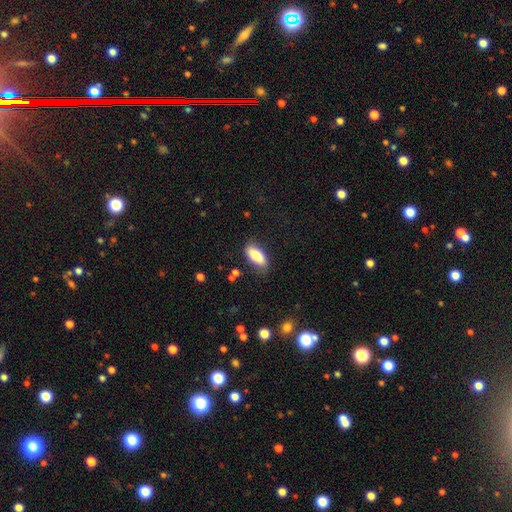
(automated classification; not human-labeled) Smooth or featured?
  - smooth: 83% *
  - featured or disk: 10%
  - star or artifact: 7%
How rounded?
  - in between: 82% *
  - cigar-shaped: 16%
  - round: 2%
Merging?
  - none: 75% *
  - minor disturbance: 18%
  - major disturbance: 5%
  - merger: 2%